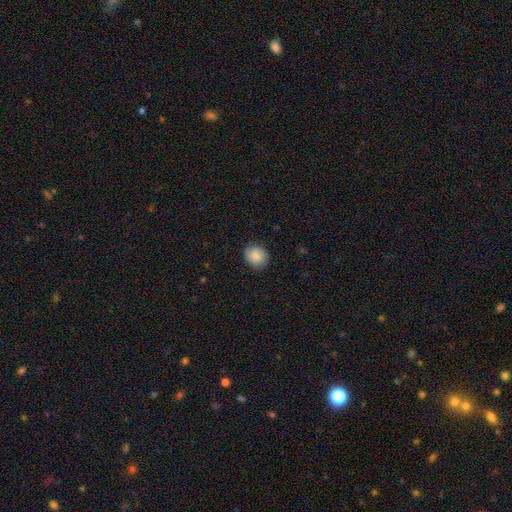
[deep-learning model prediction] A smooth galaxy with no disk features (82%) that is round (77%). Merging: none (83%).